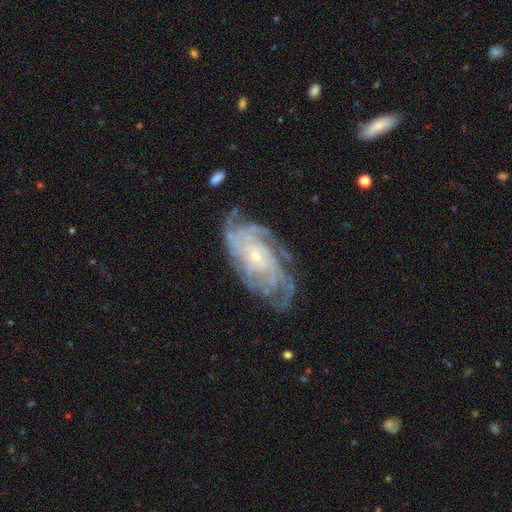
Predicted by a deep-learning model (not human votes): Smooth or featured: featured or disk — 88% (smooth — 6%)
Edge-on disk: no — 96% (yes — 4%)
Bar: no — 76% (weak — 19%)
Spiral arms: yes — 96% (no — 4%)
Spiral winding: tight — 69% (medium — 25%)
Spiral arm count: can't tell — 29% (4 — 27%)
Bulge size: small — 80% (moderate — 16%)
Merging: none — 67% (minor disturbance — 21%)